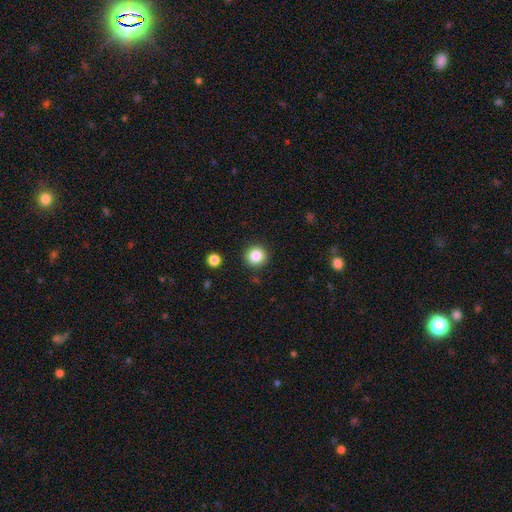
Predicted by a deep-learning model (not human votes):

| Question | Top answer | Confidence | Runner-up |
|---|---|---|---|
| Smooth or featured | smooth | 85% | star or artifact (10%) |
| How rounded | round | 92% | in between (7%) |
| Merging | none | 89% | minor disturbance (7%) |